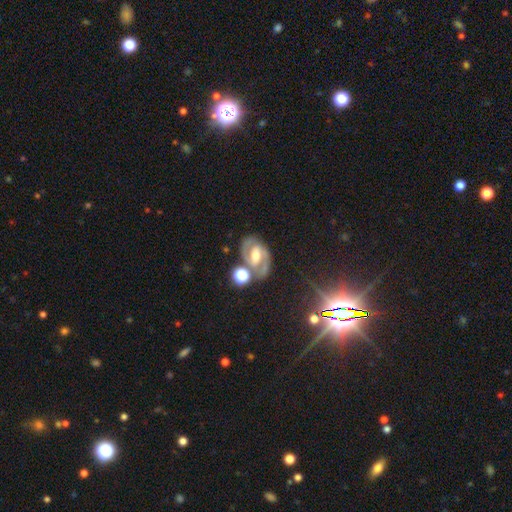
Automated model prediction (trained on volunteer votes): A featured or disk galaxy (79%) with a weak bar (43%), 2 (90%) medium (53%) spiral arms (91%) and a moderate central bulge (66%).

Vote fractions:
- Smooth or featured? featured or disk: 79% / smooth: 12% / star or artifact: 9%
- Edge-on disk? no: 97% / yes: 3%
- Bar? weak: 43% / strong: 34% / no: 22%
- Spiral arms? yes: 91% / no: 9%
- Spiral winding? medium: 53% / tight: 35% / loose: 12%
- Spiral arm count? 2: 90% / can't tell: 5% / 1: 2% / 3: 1% / 4: 1% / more than 4: 1%
- Bulge size? moderate: 66% / small: 20% / large: 11% / none: 2% / dominant: 2%
- Merging? none: 69% / minor disturbance: 14% / merger: 11% / major disturbance: 5%